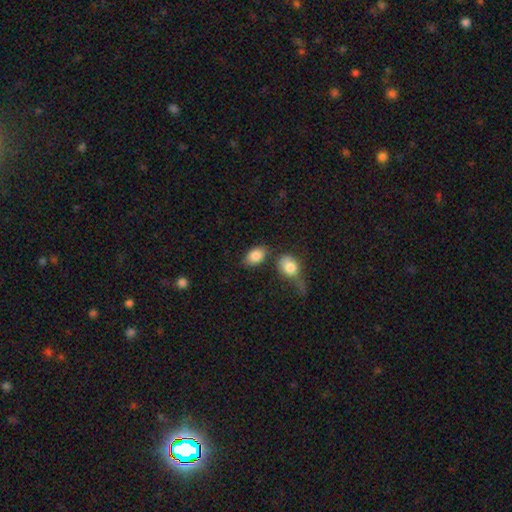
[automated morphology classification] Smooth or featured?
  - smooth: 85% *
  - featured or disk: 8%
  - star or artifact: 7%
How rounded?
  - in between: 85% *
  - round: 13%
  - cigar-shaped: 2%
Merging?
  - none: 59% *
  - merger: 19%
  - minor disturbance: 15%
  - major disturbance: 6%